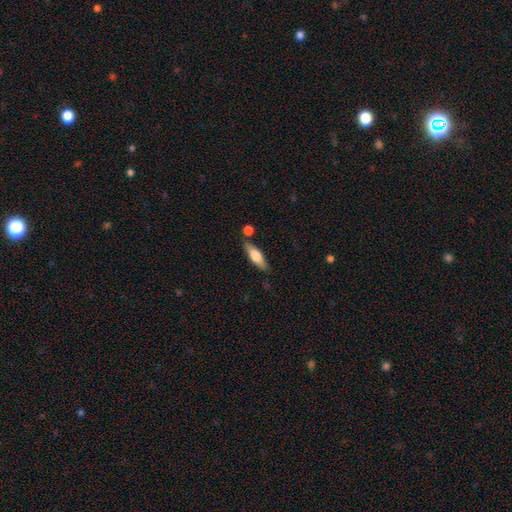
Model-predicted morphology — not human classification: This is likely a smooth galaxy (62%). How rounded: possibly cigar-shaped (54%). Merging: likely none (76%).